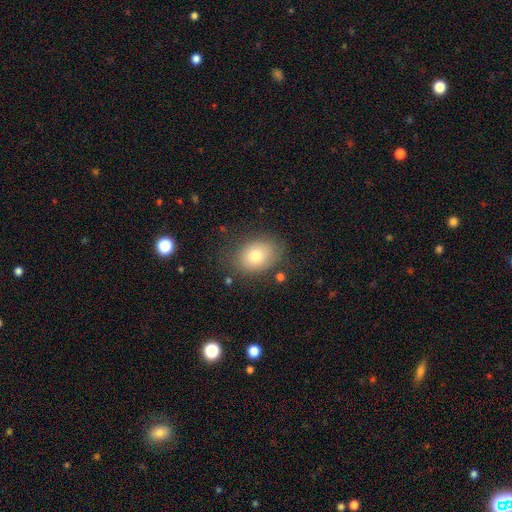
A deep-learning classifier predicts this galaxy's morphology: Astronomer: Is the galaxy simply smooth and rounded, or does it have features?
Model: smooth — 77%.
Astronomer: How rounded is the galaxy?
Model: in between — 69%.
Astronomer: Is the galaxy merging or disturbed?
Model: none — 78%.